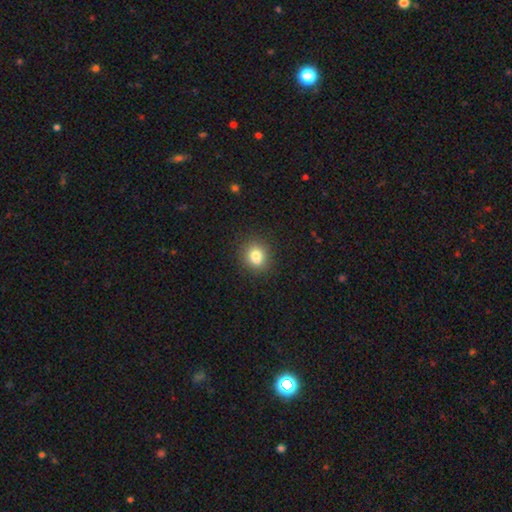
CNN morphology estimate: type=smooth (79%); roundness=round (73%); merging=none (77%).